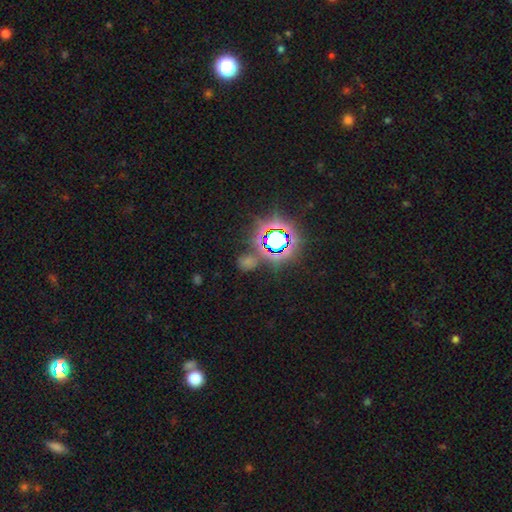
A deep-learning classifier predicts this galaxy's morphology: Overall: star or artifact (79%).